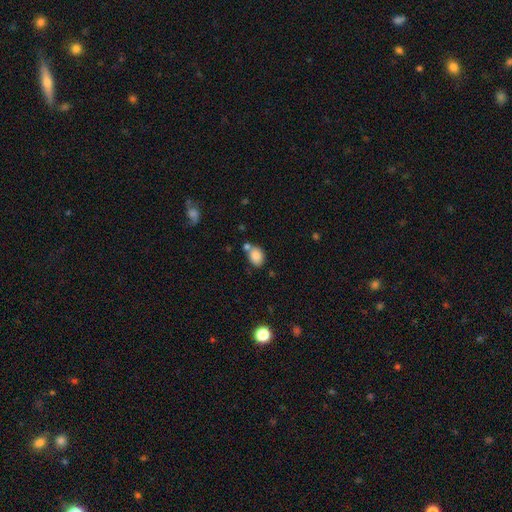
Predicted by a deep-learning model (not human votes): This is clearly a smooth galaxy (84%). How rounded: possibly in between (57%). Merging: possibly none (57%).